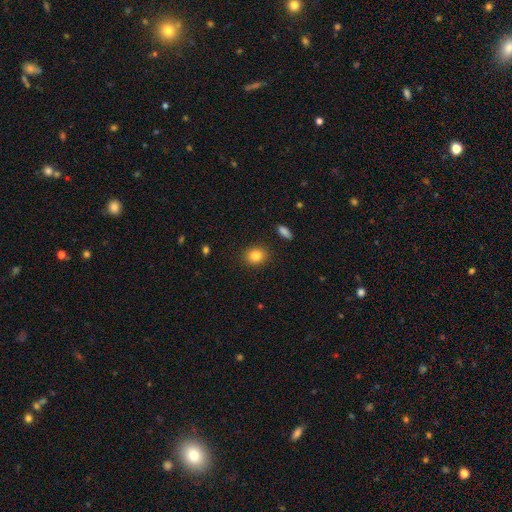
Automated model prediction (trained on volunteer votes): This is clearly a smooth galaxy (84%). How rounded: likely round (70%). Merging: clearly none (89%).